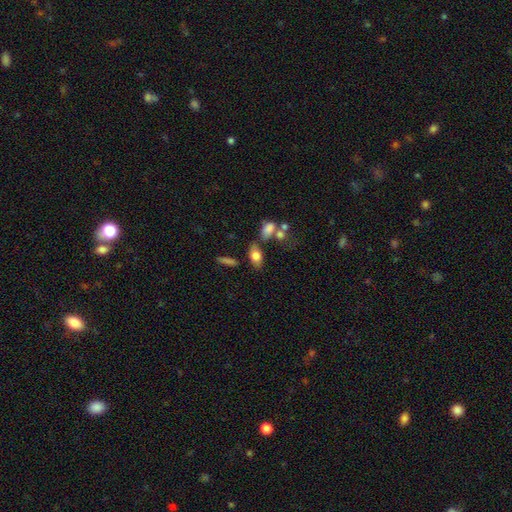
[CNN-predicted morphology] smooth 75%, featured or disk 16%, star or artifact 8%. Down the decision tree: how rounded — in between (86%); merging — none (57%).